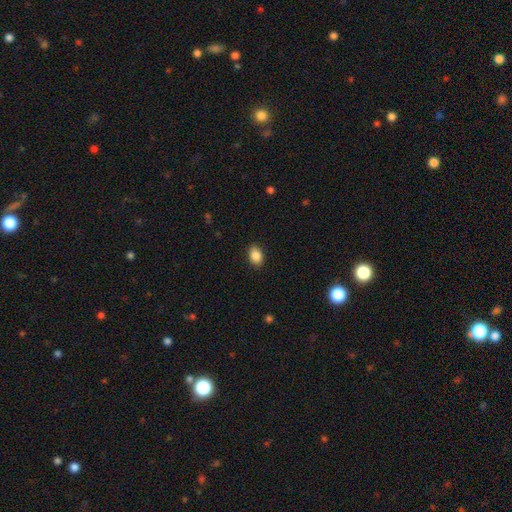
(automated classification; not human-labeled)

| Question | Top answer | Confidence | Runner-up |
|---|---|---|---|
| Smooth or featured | smooth | 87% | star or artifact (8%) |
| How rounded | in between | 78% | round (20%) |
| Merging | none | 87% | minor disturbance (10%) |